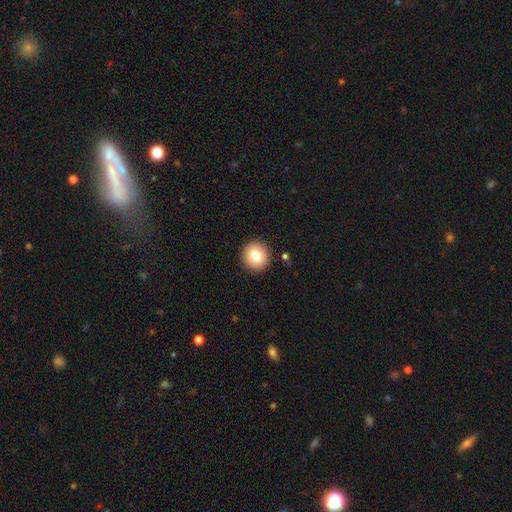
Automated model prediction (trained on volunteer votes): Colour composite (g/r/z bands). It shows a smooth galaxy with no disk features (82%) that is round (92%). Merging: none (91%).